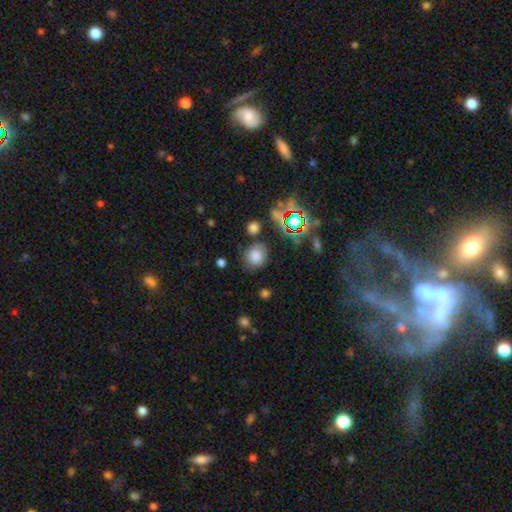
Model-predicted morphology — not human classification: A smooth galaxy with no disk features (74%) that is round (68%).

Vote fractions:
- Smooth or featured? smooth: 74% / star or artifact: 17% / featured or disk: 9%
- How rounded? round: 68% / in between: 31% / cigar-shaped: 1%
- Merging? none: 69% / minor disturbance: 19% / major disturbance: 7% / merger: 5%